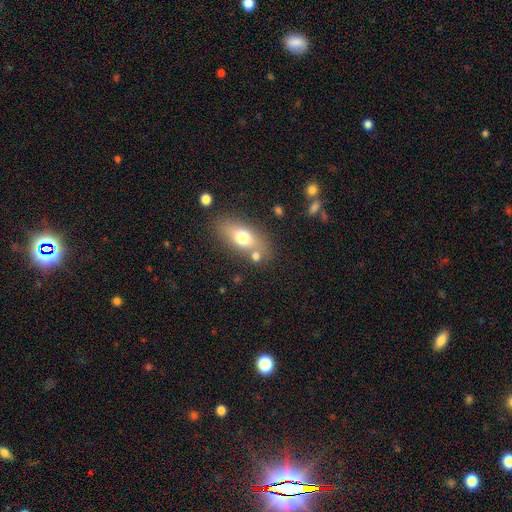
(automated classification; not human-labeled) This appears to be a smooth galaxy with no disk features (70%) that is in between round and cigar-shaped (68%). Merging: none (66%).